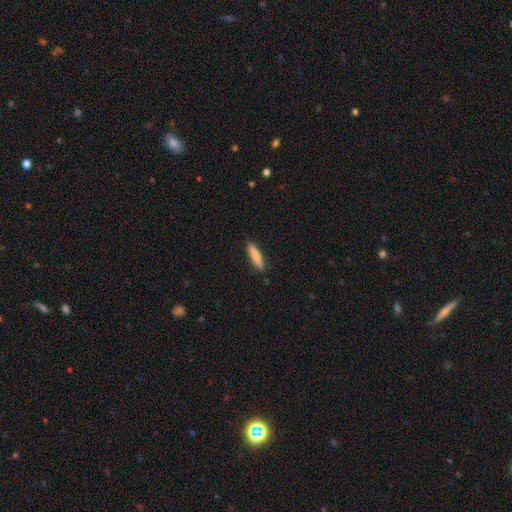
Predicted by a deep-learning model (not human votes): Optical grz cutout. It shows a smooth galaxy with no disk features (74%) that is cigar-shaped (81%). Merging: none (88%).